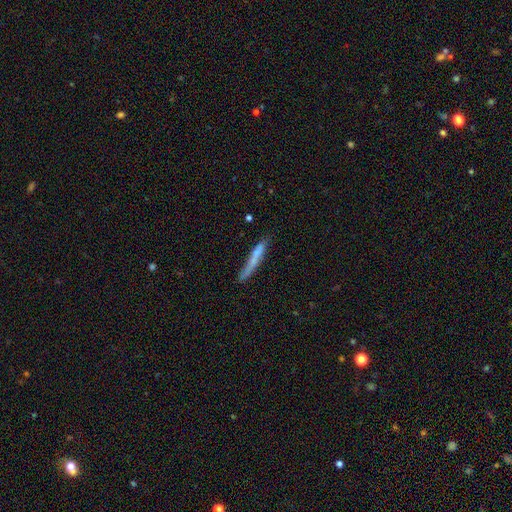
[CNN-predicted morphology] type=smooth (58%); roundness=cigar-shaped (94%); merging=none (65%).